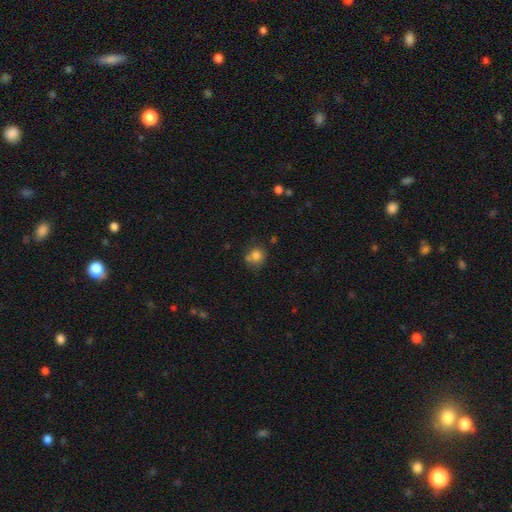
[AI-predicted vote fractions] Smooth or featured: smooth — 80% (star or artifact — 11%)
How rounded: round — 82% (in between — 17%)
Merging: none — 62% (merger — 17%)